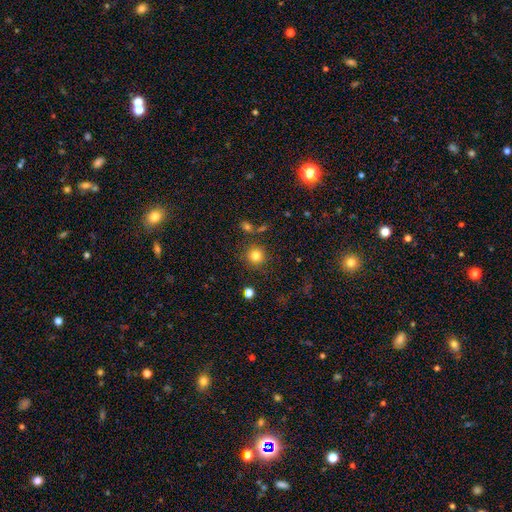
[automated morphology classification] smooth-or-featured: smooth: 81% | star or artifact: 13% | featured or disk: 6%
  how-rounded: round: 93% | in between: 6% | cigar-shaped: 1%
  merging: none: 85% | minor disturbance: 8% | merger: 4% | major disturbance: 3%